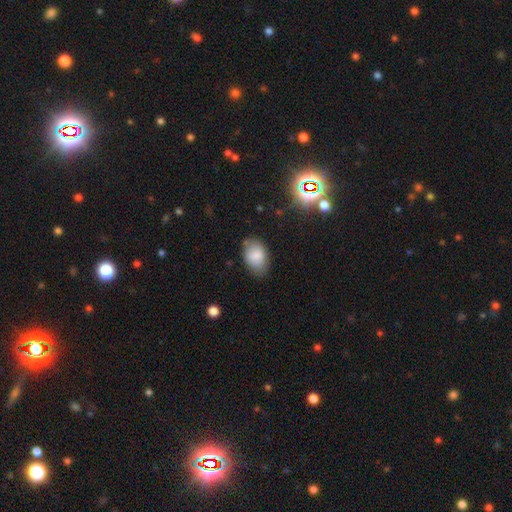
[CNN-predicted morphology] Smooth or featured?
  - smooth: 82% *
  - featured or disk: 9%
  - star or artifact: 8%
How rounded?
  - in between: 88% *
  - round: 11%
  - cigar-shaped: 1%
Merging?
  - none: 73% *
  - minor disturbance: 20%
  - major disturbance: 5%
  - merger: 2%